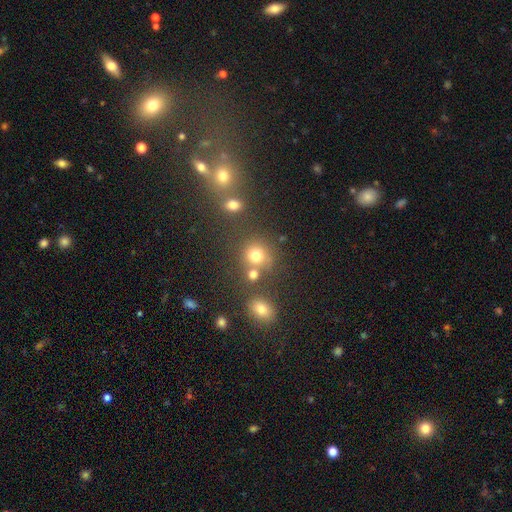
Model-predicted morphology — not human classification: The model was most divided on "merging": none: 61%, merger: 22%, minor disturbance: 11%, major disturbance: 6%. More confident: how rounded — round (82%); smooth or featured — smooth (74%).